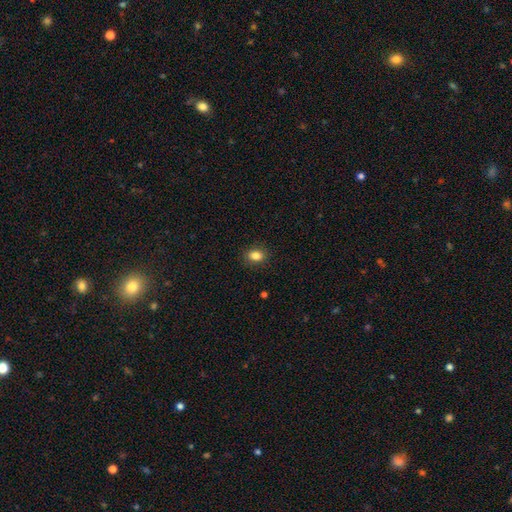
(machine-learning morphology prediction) Smooth or featured: smooth — 85% (star or artifact — 10%)
How rounded: in between — 68% (round — 31%)
Merging: none — 88% (minor disturbance — 8%)